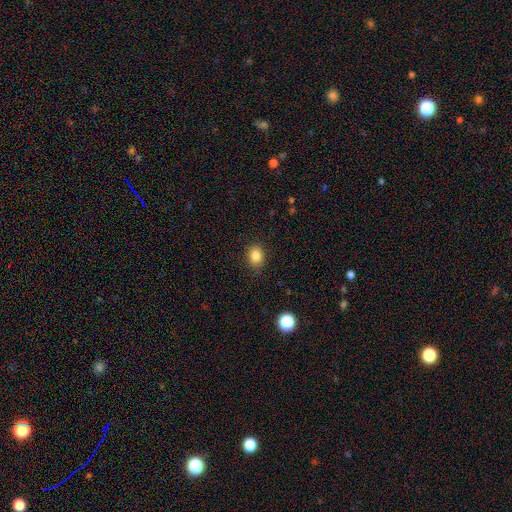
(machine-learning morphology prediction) Smooth or featured: smooth — 84% (star or artifact — 11%)
How rounded: round — 56% (in between — 43%)
Merging: none — 86% (minor disturbance — 10%)